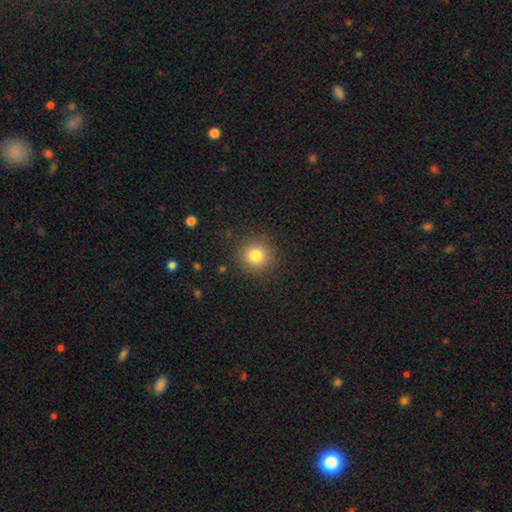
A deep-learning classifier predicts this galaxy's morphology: Smooth or featured: smooth — 80% (star or artifact — 13%)
How rounded: round — 94% (in between — 6%)
Merging: none — 90% (minor disturbance — 7%)